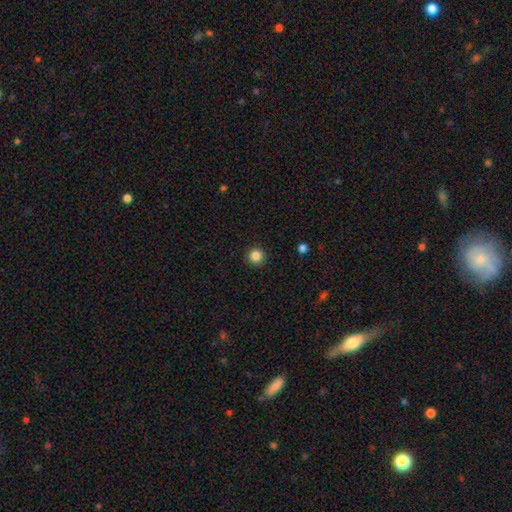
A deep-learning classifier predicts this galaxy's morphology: type=smooth (85%); roundness=round (96%); merging=none (93%).